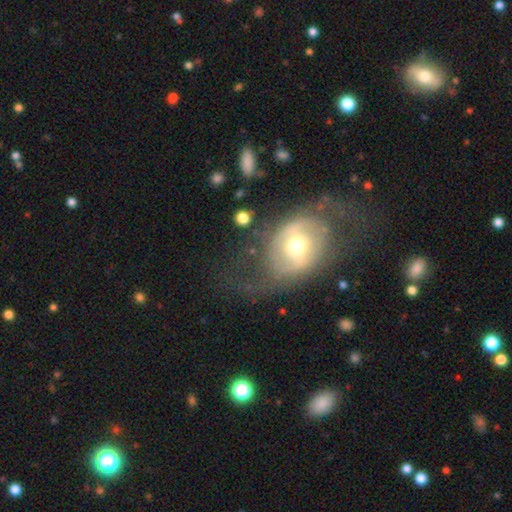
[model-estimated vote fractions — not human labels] This is likely a featured or disk galaxy (74%). It is clearly not viewed edge-on (95%). Bar: possibly no (51%). Spiral arm pattern: clearly yes (81%). Spiral arm count: clearly 2 (84%). Spiral winding: marginally loose (40%, tied with medium). Central bulge: likely moderate (60%). Merging: likely none (63%).